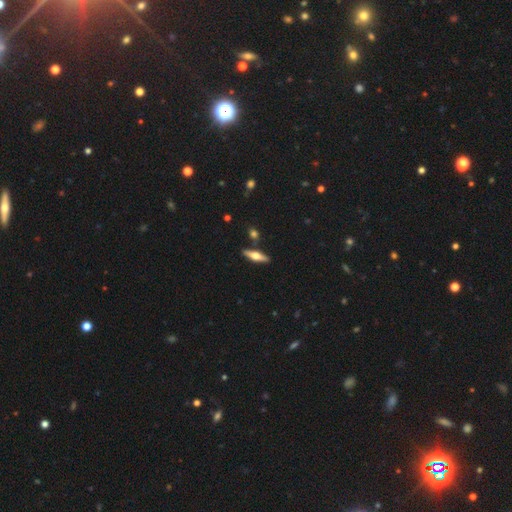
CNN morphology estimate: Smooth or featured: featured or disk — 60% (smooth — 34%)
Edge-on disk: yes — 95% (no — 5%)
Edge-on bulge: rounded — 93% (boxy — 5%)
Merging: none — 85% (minor disturbance — 9%)